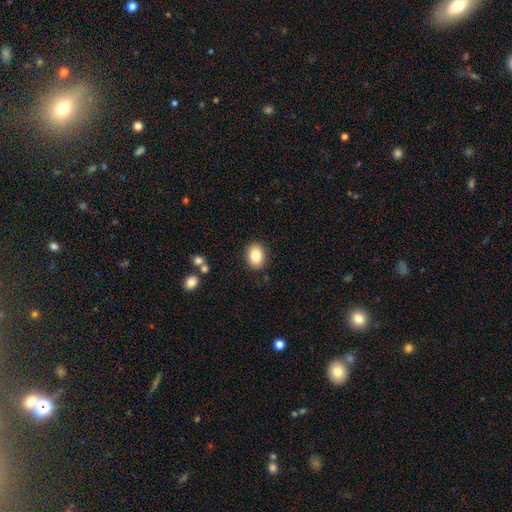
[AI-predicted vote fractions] smooth_or_featured: smooth (p=0.84) [alt: star or artifact p=0.08]
how_rounded: in between (p=0.62) [alt: round p=0.37]
merging: none (p=0.89) [alt: minor disturbance p=0.08]